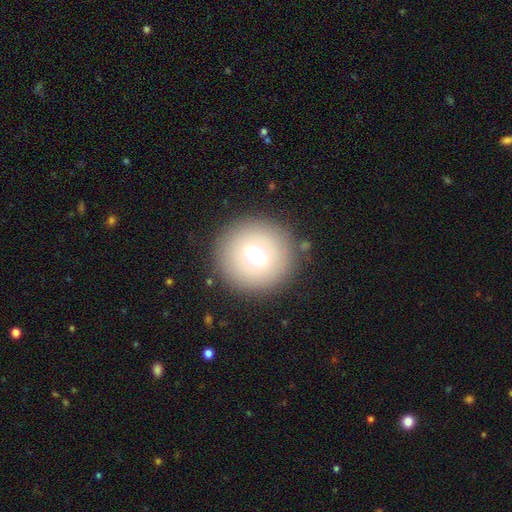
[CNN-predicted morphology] Overall: smooth (61%; featured or disk 24%). How rounded: round (93%). Merging: none (86%).